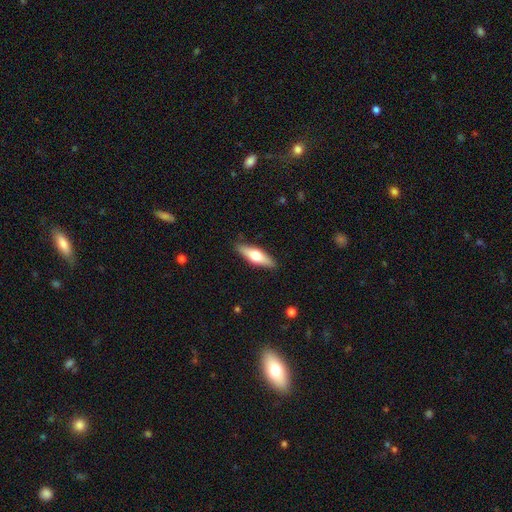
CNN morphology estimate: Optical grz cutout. It shows a smooth galaxy with no disk features (51%) that is cigar-shaped (54%). Merging: none (88%).